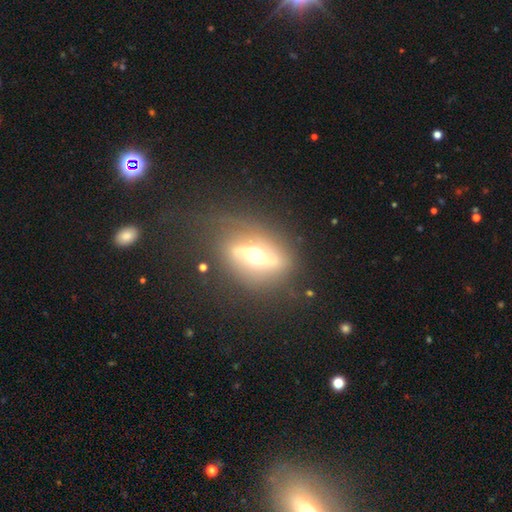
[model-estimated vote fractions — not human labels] Overall: featured or disk (75%). Edge-on disk: no (84%). Bar: strong (45%; weak 28%). Spiral arms: yes (76%). Bulge size: moderate (55%; large 31%). Merging: none (65%).